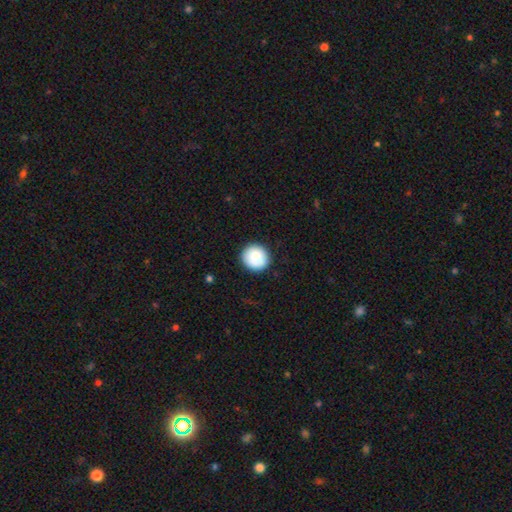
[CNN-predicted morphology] Smooth or featured? Predicted: smooth (p=0.78). How rounded? Predicted: round (p=0.92). Merging? Predicted: none (p=0.87).